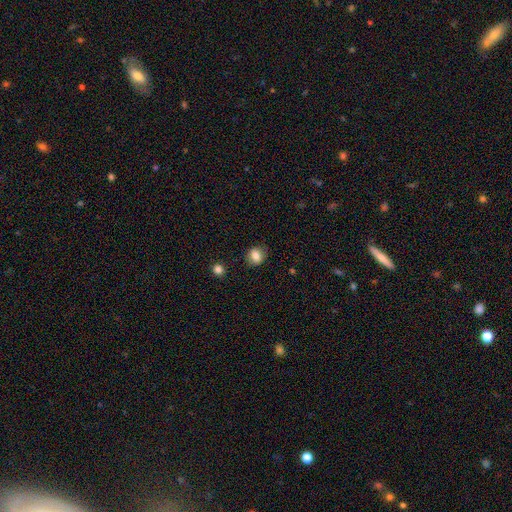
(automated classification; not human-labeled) Smooth or featured: smooth — 81% (star or artifact — 10%)
How rounded: round — 58% (in between — 41%)
Merging: none — 82% (minor disturbance — 12%)